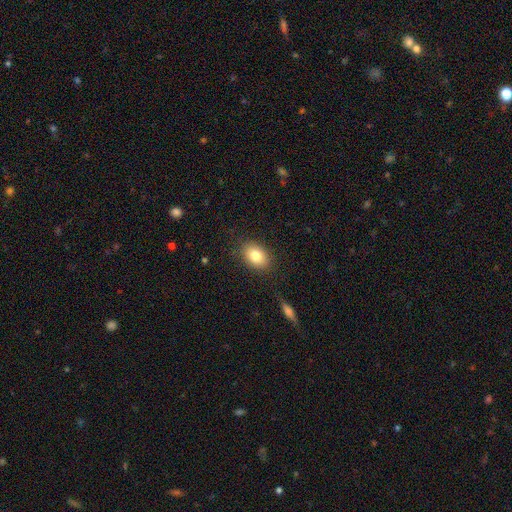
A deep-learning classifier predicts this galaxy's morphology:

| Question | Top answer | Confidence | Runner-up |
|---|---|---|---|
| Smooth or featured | smooth | 82% | featured or disk (10%) |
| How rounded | in between | 78% | round (21%) |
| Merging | none | 85% | minor disturbance (10%) |